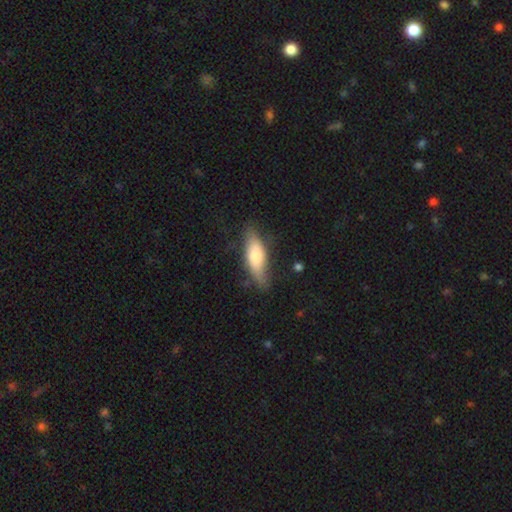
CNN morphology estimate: Smooth or featured: smooth — 65% (featured or disk — 29%)
How rounded: in between — 52% (cigar-shaped — 46%)
Merging: none — 71% (minor disturbance — 22%)